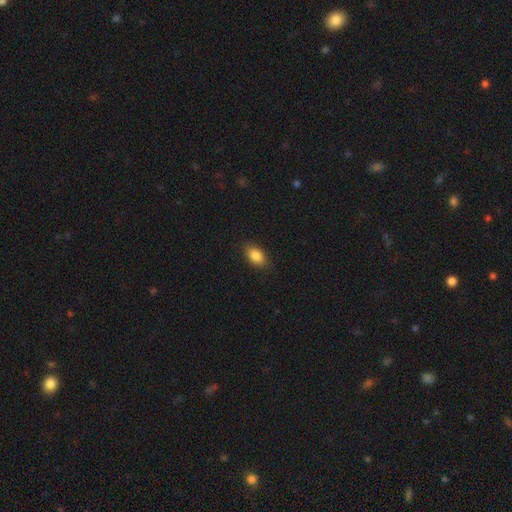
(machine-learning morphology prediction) smooth-or-featured: smooth: 87% | star or artifact: 8% | featured or disk: 5%
  how-rounded: in between: 89% | round: 9% | cigar-shaped: 2%
  merging: none: 87% | minor disturbance: 10% | major disturbance: 2% | merger: 1%